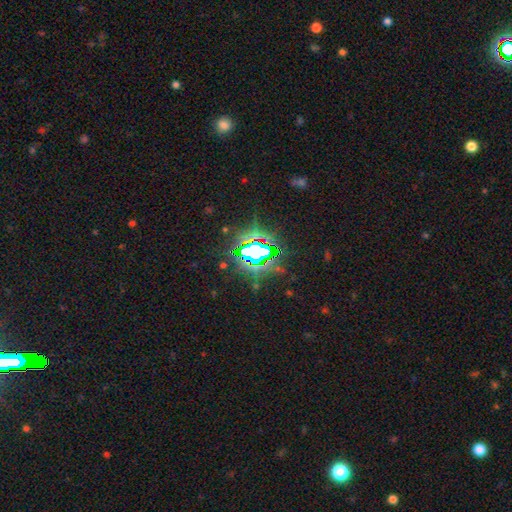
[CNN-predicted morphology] smooth-or-featured: star or artifact: 73% | smooth: 15% | featured or disk: 12%